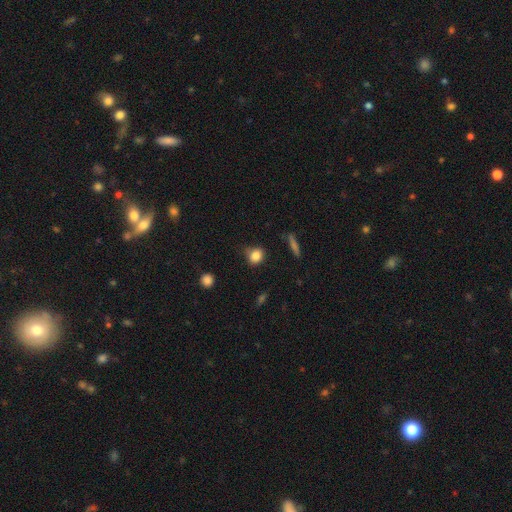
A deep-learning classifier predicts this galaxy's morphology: smooth 83%, star or artifact 10%, featured or disk 7%. Down the decision tree: how rounded — round (75%); merging — none (69%).